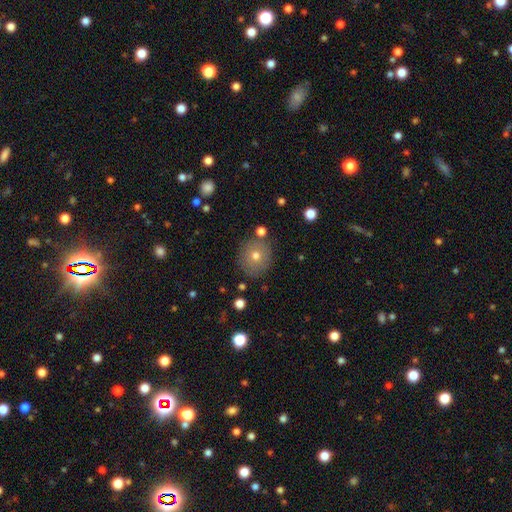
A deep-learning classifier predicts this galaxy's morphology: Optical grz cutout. It shows a smooth galaxy with no disk features (70%) that is round (84%). Merging: none (84%).